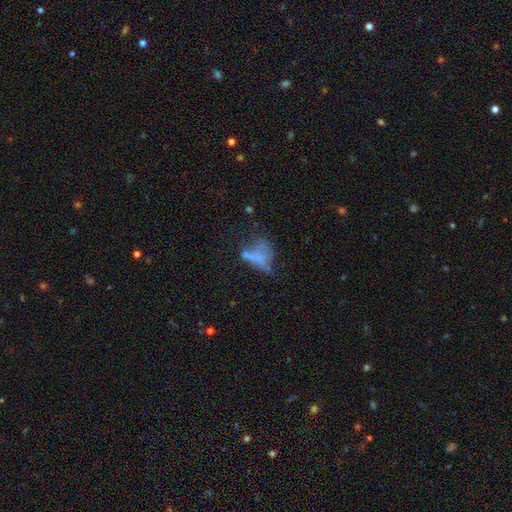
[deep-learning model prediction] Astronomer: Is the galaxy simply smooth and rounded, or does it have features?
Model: featured or disk — 40%, tied with smooth at 40%.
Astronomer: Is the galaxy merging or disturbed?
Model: major disturbance — 34% (runner-up: none, 30%).